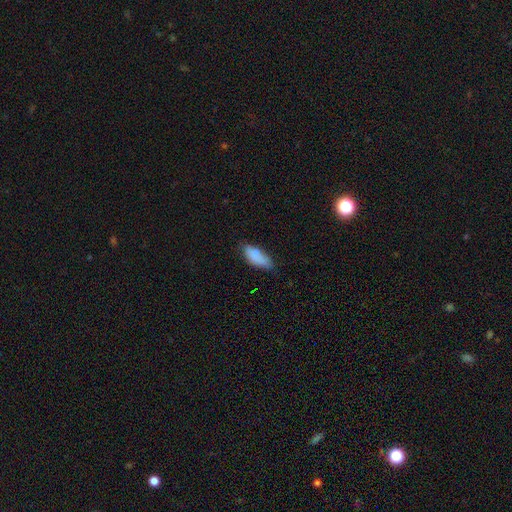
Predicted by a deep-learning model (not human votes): smooth-or-featured: smooth: 82% | featured or disk: 10% | star or artifact: 8%
  how-rounded: in between: 84% | cigar-shaped: 14% | round: 2%
  merging: none: 57% | minor disturbance: 32% | major disturbance: 8% | merger: 3%